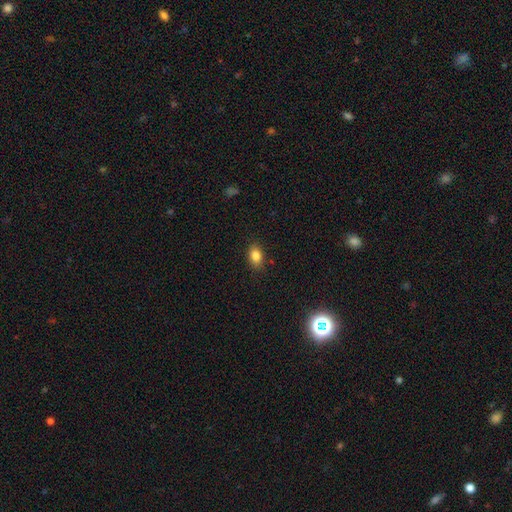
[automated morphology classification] smooth_or_featured: smooth (p=0.84) [alt: star or artifact p=0.10]
how_rounded: in between (p=0.82) [alt: round p=0.16]
merging: none (p=0.86) [alt: minor disturbance p=0.11]